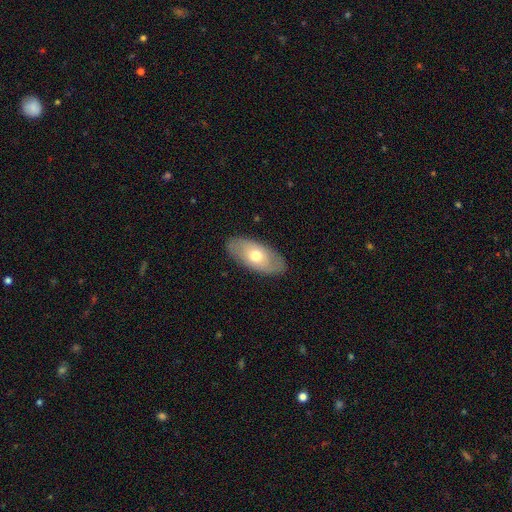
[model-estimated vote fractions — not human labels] Smooth or featured: smooth — 59% (featured or disk — 35%)
How rounded: in between — 91% (cigar-shaped — 6%)
Merging: none — 86% (minor disturbance — 10%)